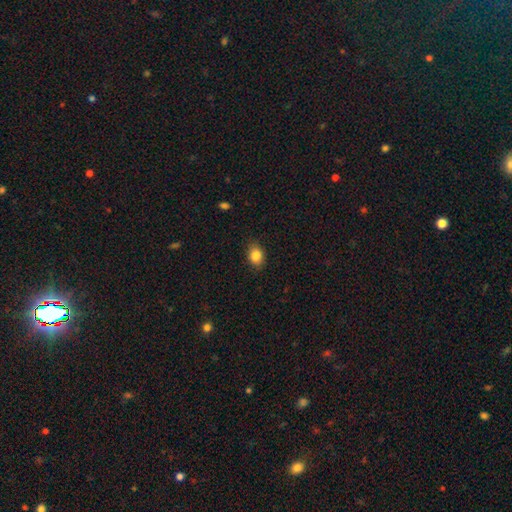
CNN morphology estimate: smooth 85%, star or artifact 9%, featured or disk 6%. Down the decision tree: how rounded — in between (64%); merging — none (85%).